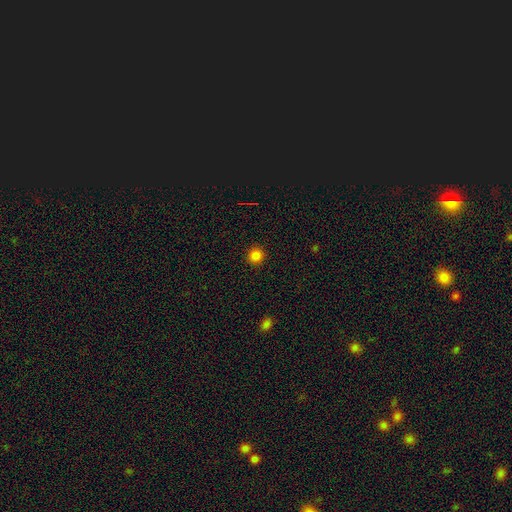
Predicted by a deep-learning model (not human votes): smooth_or_featured: smooth (p=0.83) [alt: star or artifact p=0.14]
how_rounded: round (p=0.94) [alt: in between p=0.05]
merging: none (p=0.93) [alt: minor disturbance p=0.05]